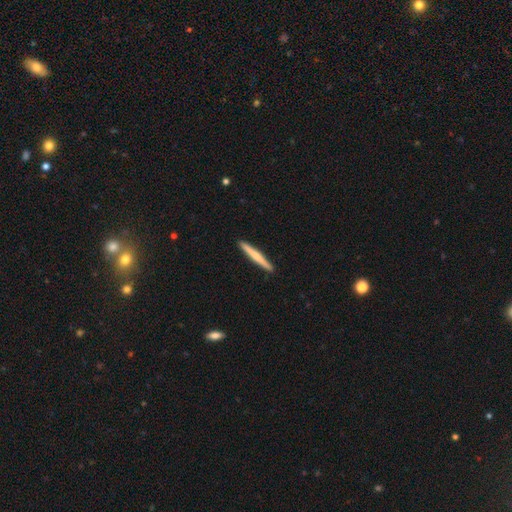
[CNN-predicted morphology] Overall: smooth (54%; featured or disk 41%). How rounded: cigar-shaped (96%). Merging: none (93%).